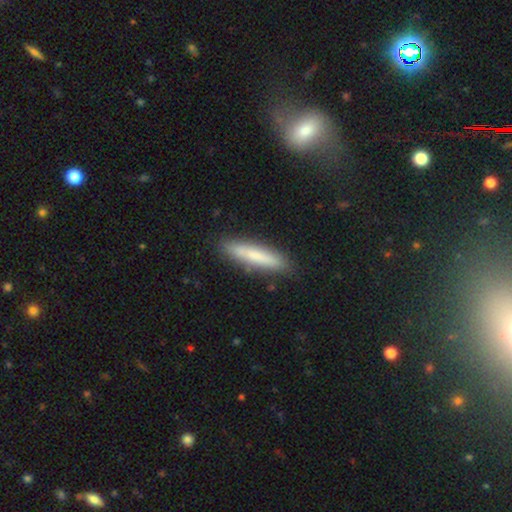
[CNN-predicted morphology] This is likely a smooth galaxy (73%). How rounded: clearly cigar-shaped (87%). Merging: clearly none (86%).